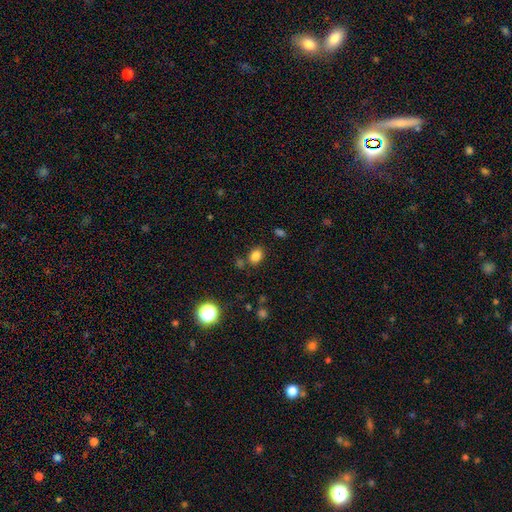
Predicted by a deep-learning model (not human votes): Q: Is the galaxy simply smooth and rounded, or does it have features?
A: smooth — 82%.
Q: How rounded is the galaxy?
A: in between — 66%.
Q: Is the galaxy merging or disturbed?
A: none — 75%.